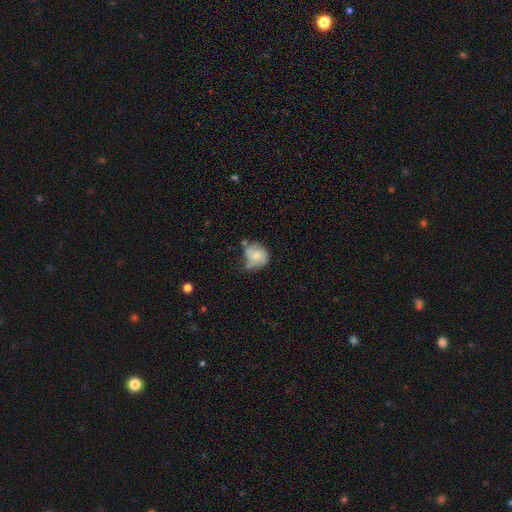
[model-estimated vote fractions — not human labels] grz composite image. It shows a smooth galaxy with no disk features (60%) that is round (71%). Merging: none (37%).